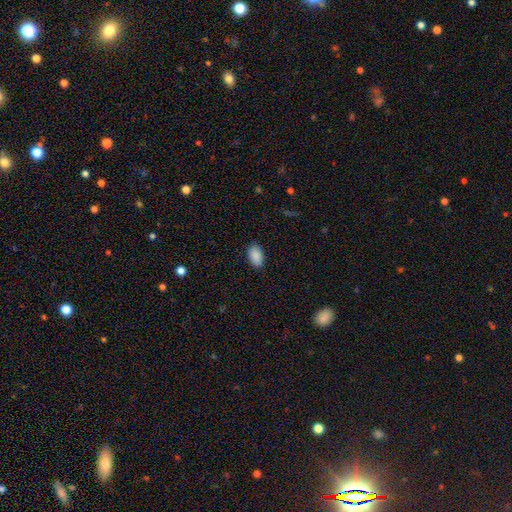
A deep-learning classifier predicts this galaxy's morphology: A smooth galaxy with no disk features (90%) that is in between round and cigar-shaped (93%). Merging: none (87%).